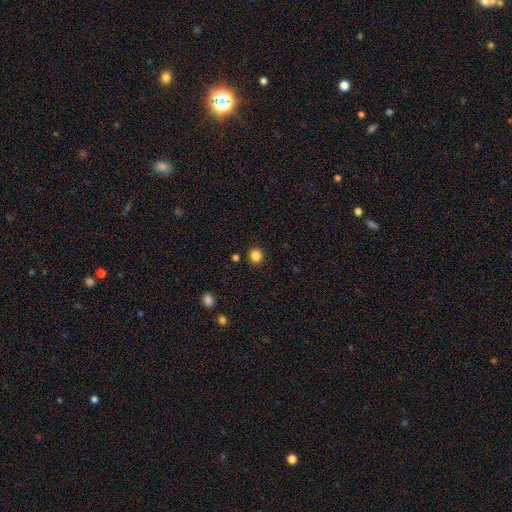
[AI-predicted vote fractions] This appears to be a smooth galaxy with no disk features (84%) that is round (88%). Merging: none (91%).